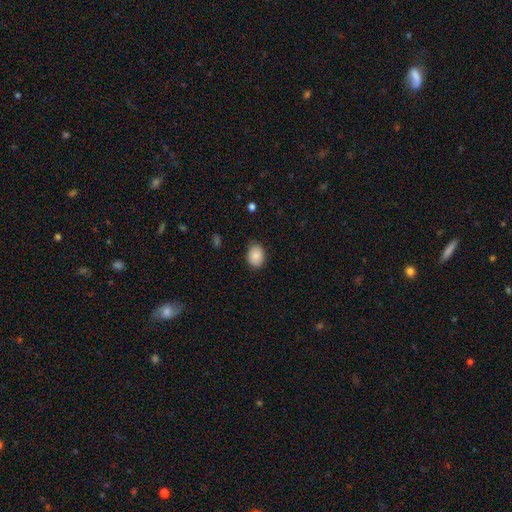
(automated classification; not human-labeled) Q: Smooth or featured?
A: smooth (86%); runner-up: star or artifact (8%)
Q: How rounded?
A: in between (62%); runner-up: round (37%)
Q: Merging?
A: none (83%); runner-up: minor disturbance (13%)